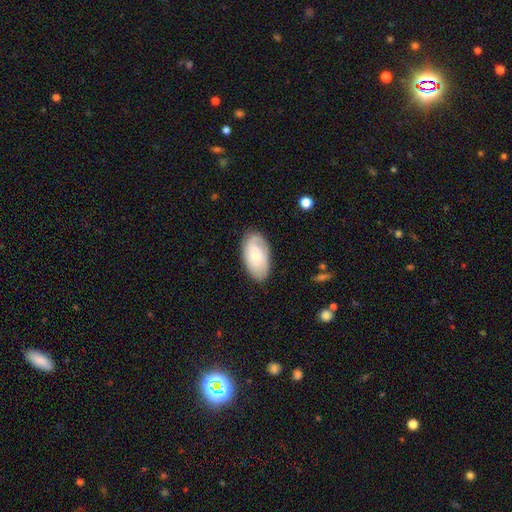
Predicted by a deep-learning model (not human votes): Q: Smooth or featured?
A: smooth (58%); runner-up: featured or disk (35%)
Q: How rounded?
A: in between (94%); runner-up: round (4%)
Q: Merging?
A: none (80%); runner-up: minor disturbance (16%)